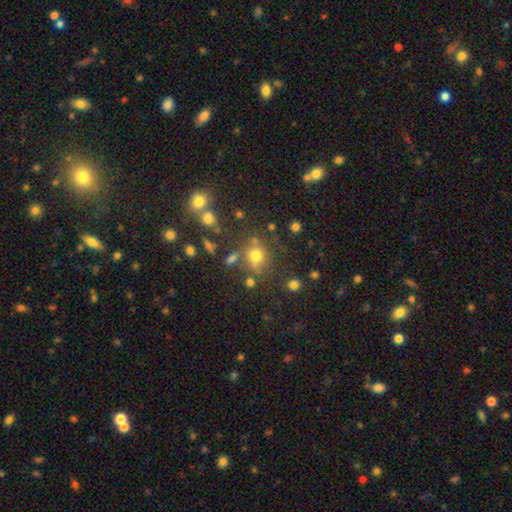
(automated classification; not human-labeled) This is likely a smooth galaxy (69%). How rounded: clearly round (84%). Merging: likely none (68%).